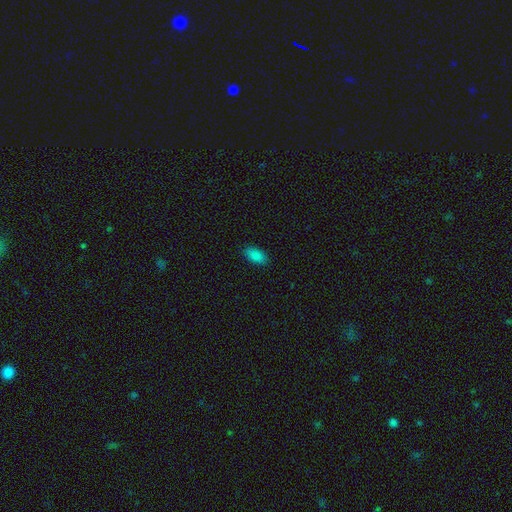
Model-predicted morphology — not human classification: A smooth galaxy with no disk features (87%) that is in between round and cigar-shaped (93%). Merging: none (88%).